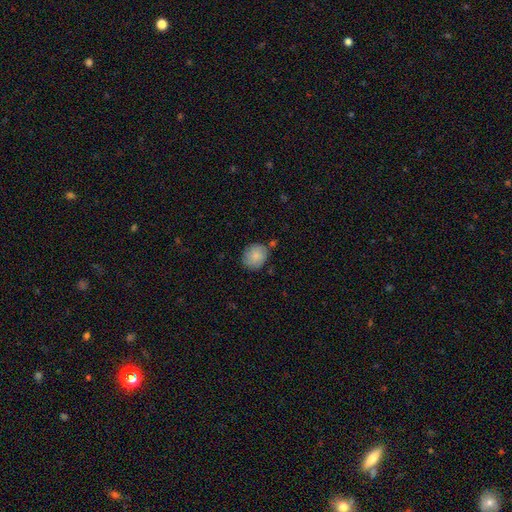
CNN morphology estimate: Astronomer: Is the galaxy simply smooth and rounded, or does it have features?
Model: smooth — 85%.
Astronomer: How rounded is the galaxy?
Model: round — 75%.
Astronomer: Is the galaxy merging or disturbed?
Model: none — 72%.